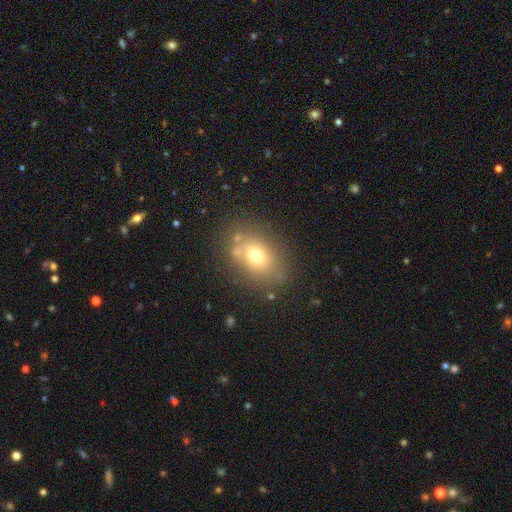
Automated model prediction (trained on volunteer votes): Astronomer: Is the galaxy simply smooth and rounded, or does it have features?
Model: smooth — 67%.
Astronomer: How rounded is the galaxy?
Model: in between — 66%.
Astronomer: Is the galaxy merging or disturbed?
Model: none — 71%.